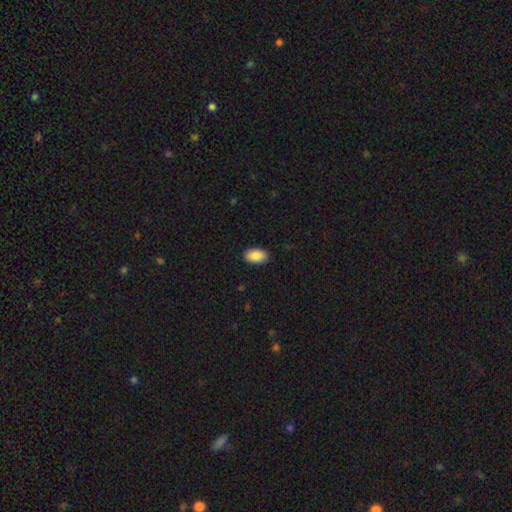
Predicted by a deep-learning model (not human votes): Smooth or featured: smooth — 89% (star or artifact — 7%)
How rounded: in between — 94% (round — 4%)
Merging: none — 89% (minor disturbance — 8%)